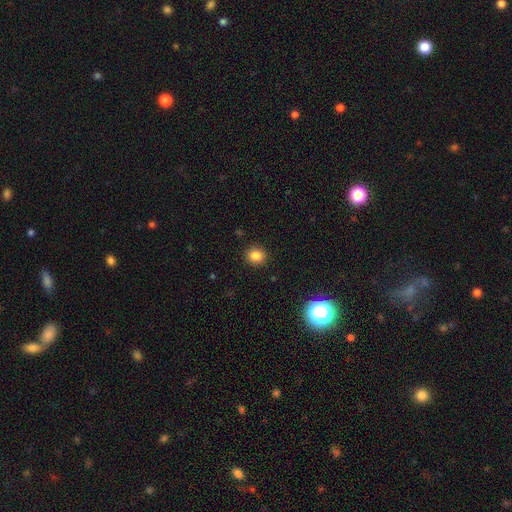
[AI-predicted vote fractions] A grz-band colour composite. It shows a smooth galaxy with no disk features (84%) that is round (82%). Merging: none (91%).